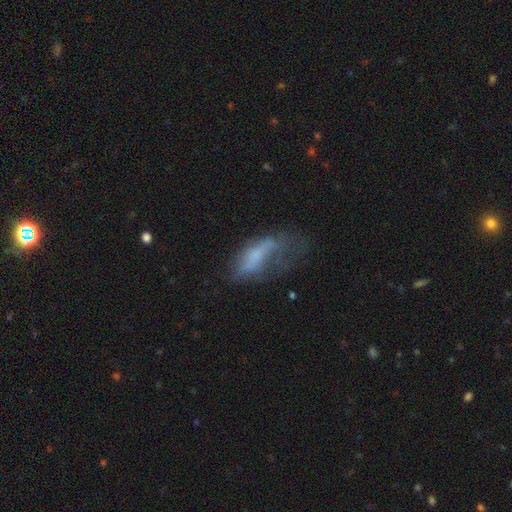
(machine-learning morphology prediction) smooth_or_featured: smooth (p=0.51) [alt: featured or disk p=0.37]
how_rounded: in between (p=0.75) [alt: cigar-shaped p=0.22]
merging: major disturbance (p=0.47) [alt: minor disturbance p=0.24]